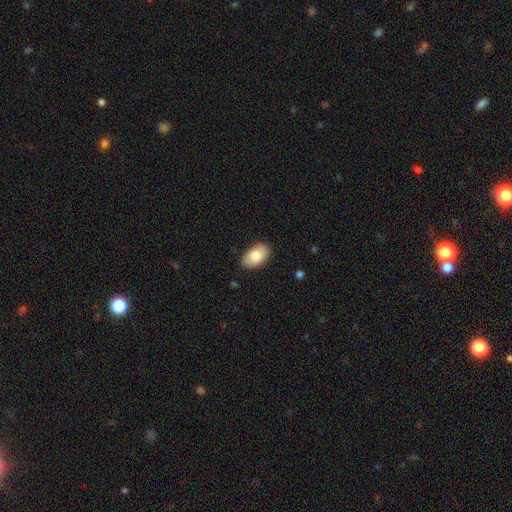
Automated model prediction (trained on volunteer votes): Smooth or featured? Predicted: smooth (p=0.82). How rounded? Predicted: in between (p=0.94). Merging? Predicted: none (p=0.86).